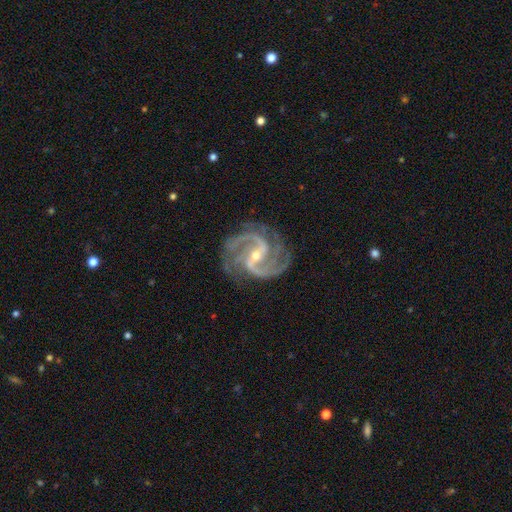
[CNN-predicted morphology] A featured or disk galaxy (94%) with a weak bar (40%), 2 (57%) medium (60%) spiral arms (99%) and a small central bulge (64%).

Vote fractions:
- Smooth or featured? featured or disk: 94% / star or artifact: 4% / smooth: 2%
- Edge-on disk? no: 98% / yes: 2%
- Bar? weak: 40% / strong: 39% / no: 20%
- Spiral arms? yes: 99% / no: 1%
- Spiral winding? medium: 60% / tight: 26% / loose: 14%
- Spiral arm count? 2: 57% / 3: 24% / 4: 6% / can't tell: 5% / more than 4: 4% / 1: 4%
- Bulge size? small: 64% / moderate: 34% / none: 1% / large: 1% / dominant: 1%
- Merging? none: 78% / minor disturbance: 15% / major disturbance: 6% / merger: 1%